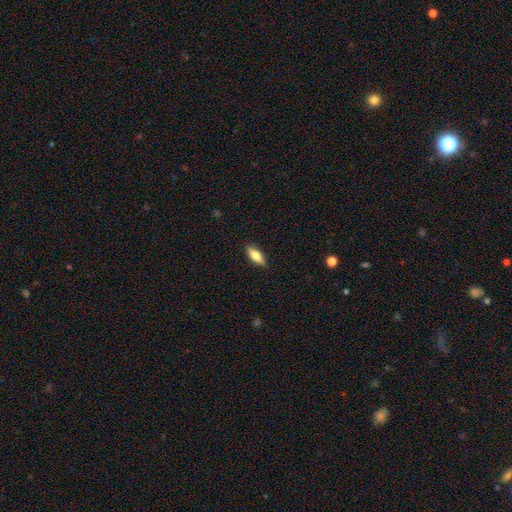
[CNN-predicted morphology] Q: Smooth or featured?
A: smooth (68%); runner-up: featured or disk (25%)
Q: How rounded?
A: in between (67%); runner-up: cigar-shaped (30%)
Q: Merging?
A: none (88%); runner-up: minor disturbance (9%)